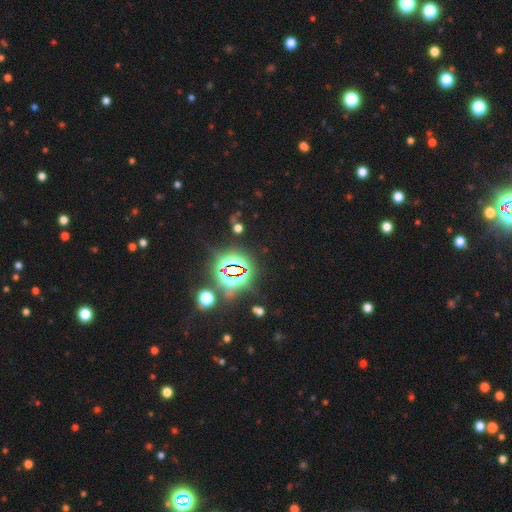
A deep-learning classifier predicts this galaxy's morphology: Q: Smooth or featured?
A: star or artifact (82%); runner-up: smooth (11%)